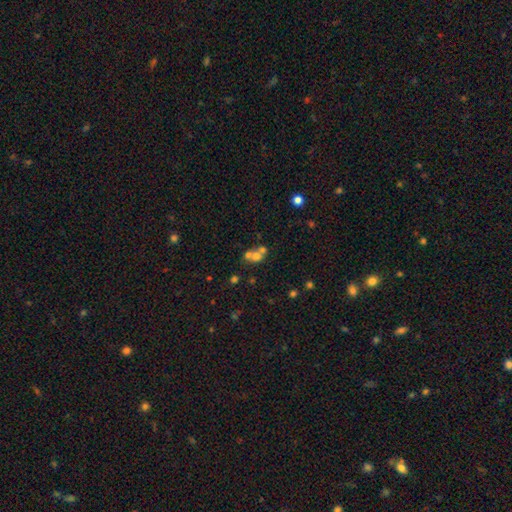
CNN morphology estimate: Overall: smooth (59%; featured or disk 24%). How rounded: round (70%). Merging: merger (58%; none 31%).